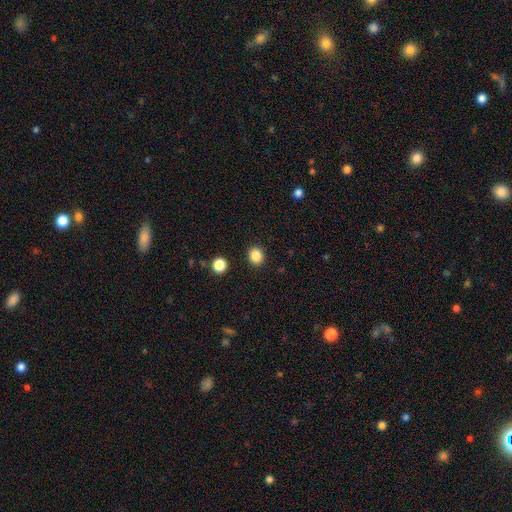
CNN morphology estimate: Smooth or featured? Predicted: smooth (p=0.86). How rounded? Predicted: round (p=0.73). Merging? Predicted: none (p=0.90).